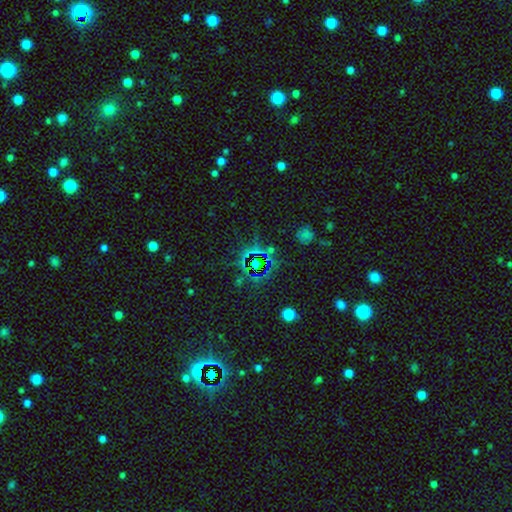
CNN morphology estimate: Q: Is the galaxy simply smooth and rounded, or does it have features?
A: star or artifact — 76%.